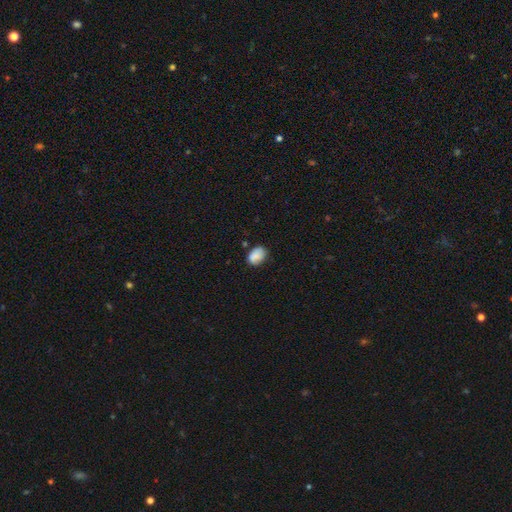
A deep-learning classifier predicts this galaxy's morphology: A smooth galaxy with no disk features (87%) that is in between round and cigar-shaped (80%).

Vote fractions:
- Smooth or featured? smooth: 87% / star or artifact: 8% / featured or disk: 5%
- How rounded? in between: 80% / round: 19% / cigar-shaped: 1%
- Merging? none: 72% / minor disturbance: 21% / major disturbance: 4% / merger: 3%